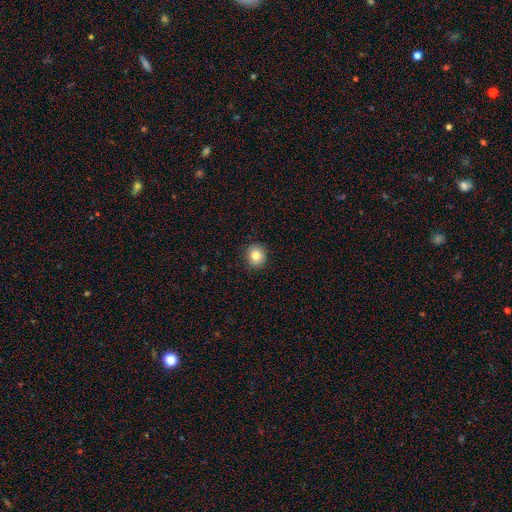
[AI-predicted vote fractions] smooth 82%, star or artifact 10%, featured or disk 8%. Down the decision tree: how rounded — round (82%); merging — none (89%).